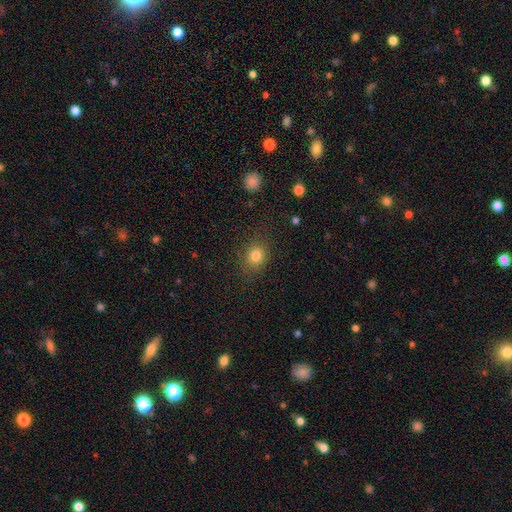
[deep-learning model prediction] The model was most divided on "how rounded": round: 62%, in between: 37%, cigar-shaped: 1%. More confident: merging — none (82%); smooth or featured — smooth (81%).